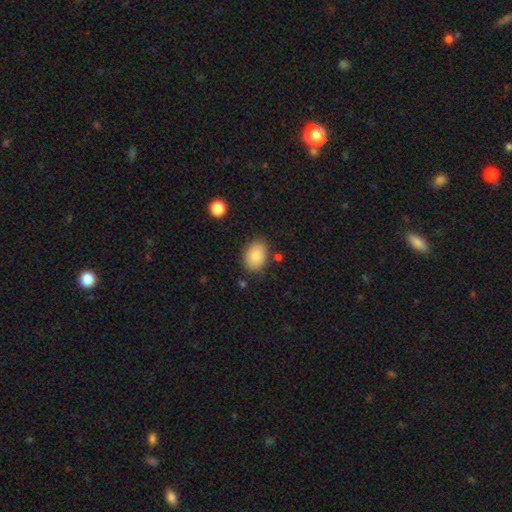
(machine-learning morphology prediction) This appears to be a smooth galaxy with no disk features (83%) that is in between round and cigar-shaped (75%). Merging: none (81%).